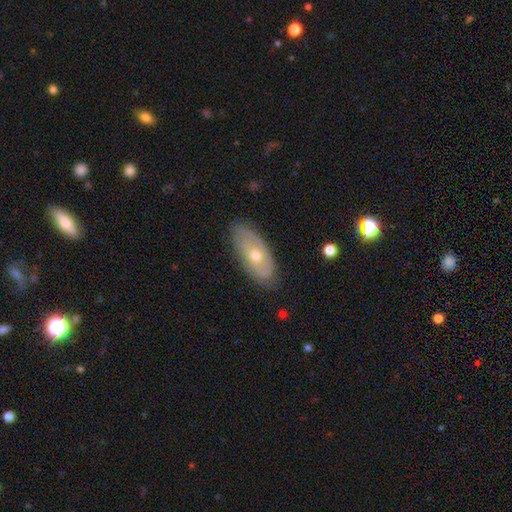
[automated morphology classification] A featured or disk galaxy (53%).

Vote fractions:
- Smooth or featured? featured or disk: 53% / smooth: 41% / star or artifact: 6%
- Edge-on disk? no: 81% / yes: 19%
- Merging? none: 77% / minor disturbance: 18% / major disturbance: 4% / merger: 1%